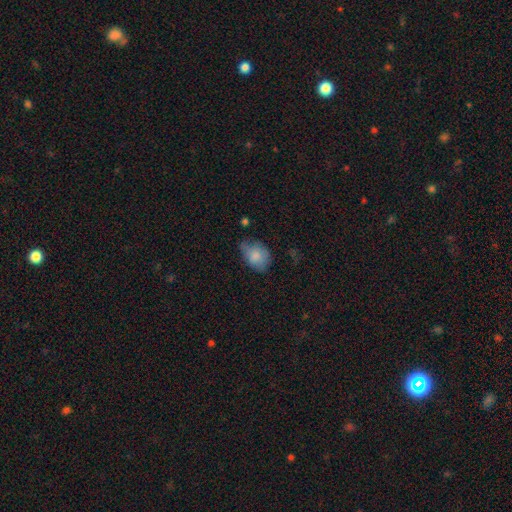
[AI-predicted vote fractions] Smooth or featured? smooth (80%)
How rounded? in between (72%)
Merging? none (48%)